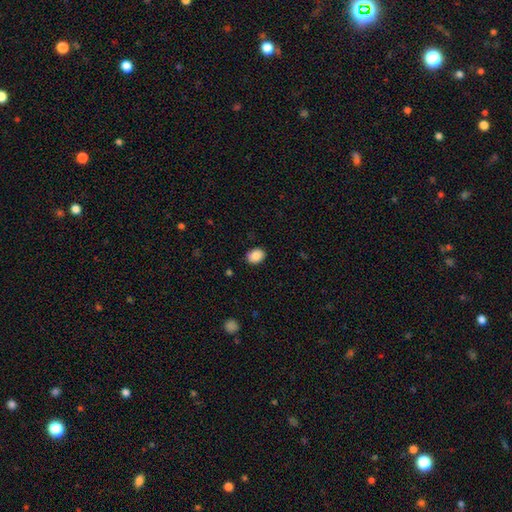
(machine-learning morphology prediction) smooth 89%, star or artifact 8%, featured or disk 3%. Down the decision tree: how rounded — in between (63%); merging — none (87%).